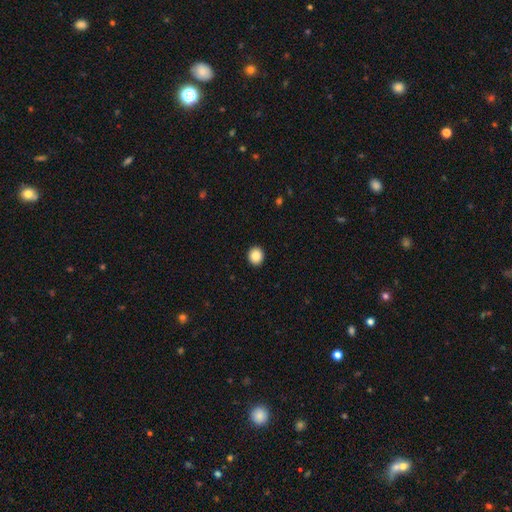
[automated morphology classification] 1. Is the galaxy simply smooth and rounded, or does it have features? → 88% smooth, 9% star or artifact, 3% featured or disk.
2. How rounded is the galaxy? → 75% round, 24% in between, 1% cigar-shaped.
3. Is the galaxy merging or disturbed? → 92% none, 5% minor disturbance, 2% major disturbance, 1% merger.